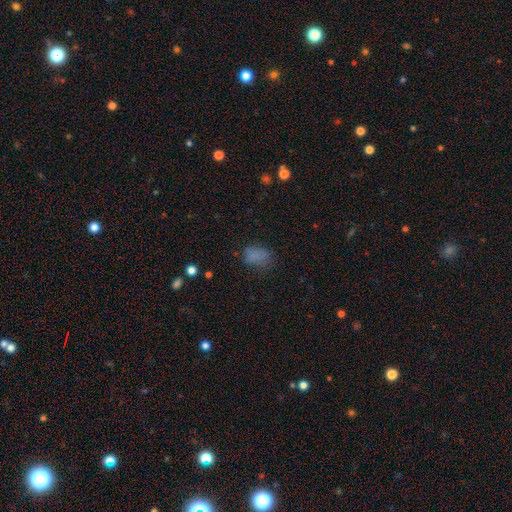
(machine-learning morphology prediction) This is likely a smooth galaxy (74%). How rounded: likely in between (79%). Merging: possibly none (57%).